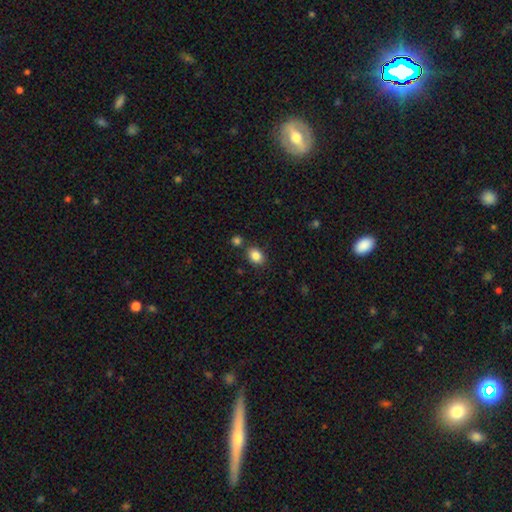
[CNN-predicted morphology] This appears to be a smooth galaxy with no disk features (86%) that is in between round and cigar-shaped (66%). Merging: none (79%).